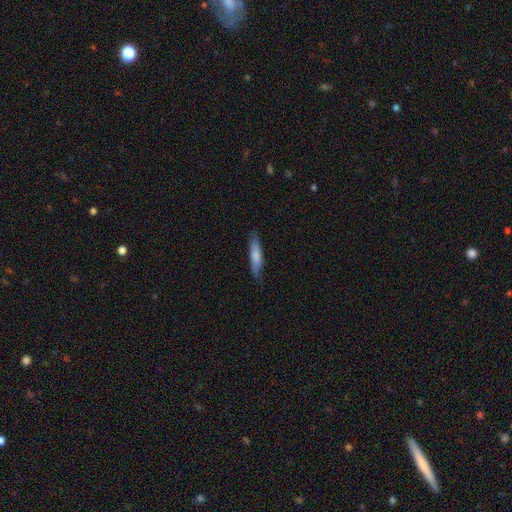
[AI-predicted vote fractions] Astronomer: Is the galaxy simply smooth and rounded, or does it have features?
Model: smooth — 74%.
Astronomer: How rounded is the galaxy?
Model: cigar-shaped — 81%.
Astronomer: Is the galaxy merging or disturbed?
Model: none — 78%.